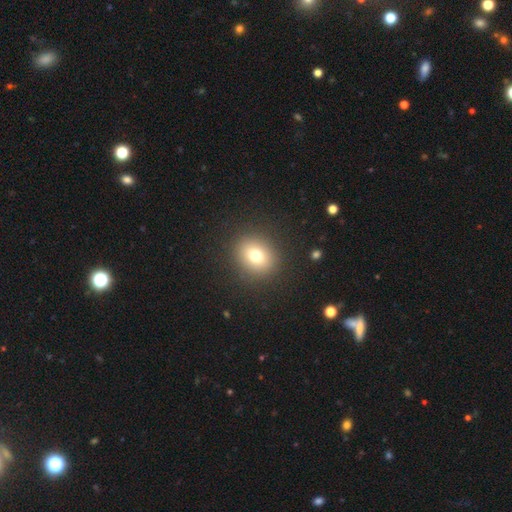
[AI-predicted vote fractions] Smooth or featured? Predicted: smooth (p=0.75). How rounded? Predicted: round (p=0.70). Merging? Predicted: none (p=0.89).